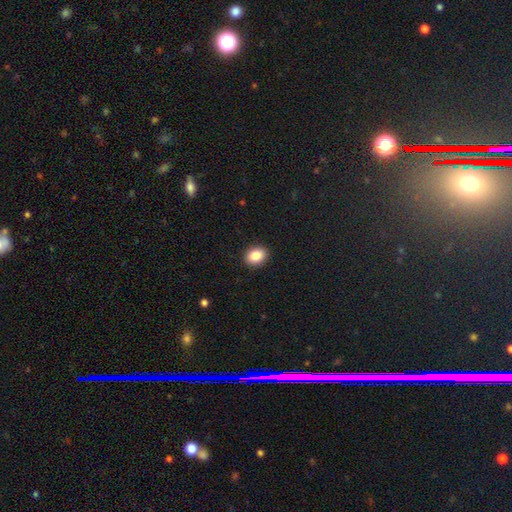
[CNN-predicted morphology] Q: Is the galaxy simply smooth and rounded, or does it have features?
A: smooth — 86%.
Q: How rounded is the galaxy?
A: in between — 63%.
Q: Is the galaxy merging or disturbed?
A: none — 91%.